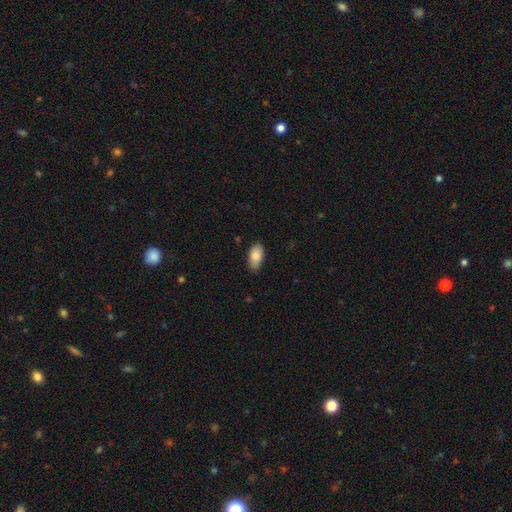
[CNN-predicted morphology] Overall: smooth (88%). How rounded: in between (94%). Merging: none (82%).